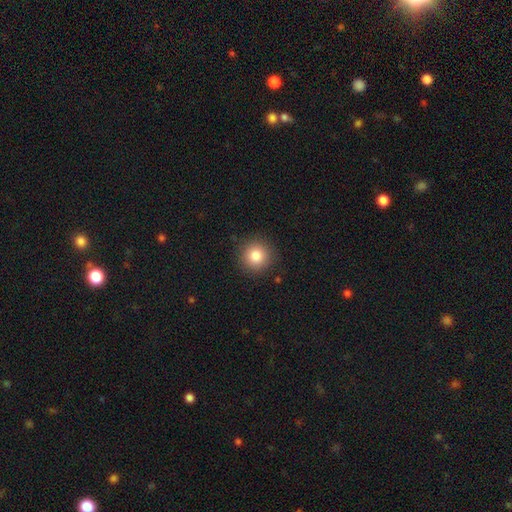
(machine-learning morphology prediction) This appears to be a smooth galaxy with no disk features (84%) that is round (94%). Merging: none (90%).